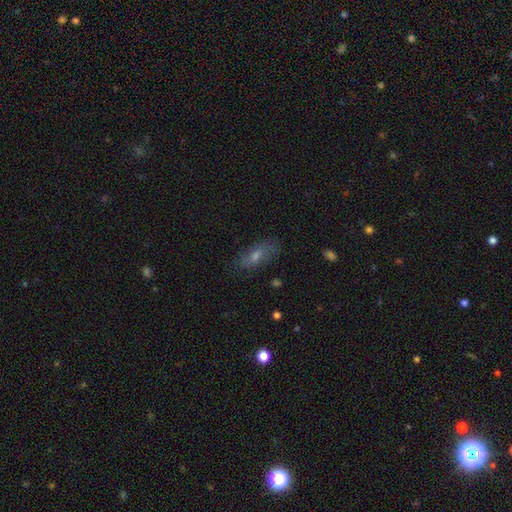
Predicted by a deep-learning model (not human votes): The model was most divided on "smooth or featured": smooth: 47%, featured or disk: 37%, star or artifact: 16%. More confident: merging — none (78%).